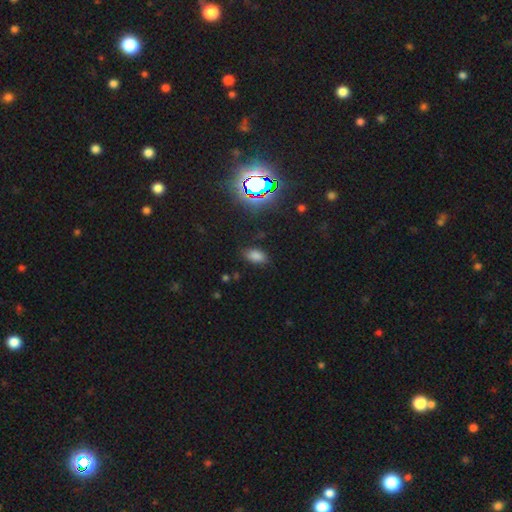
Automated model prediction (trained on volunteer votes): Overall: smooth (71%). How rounded: in between (91%). Merging: none (80%).